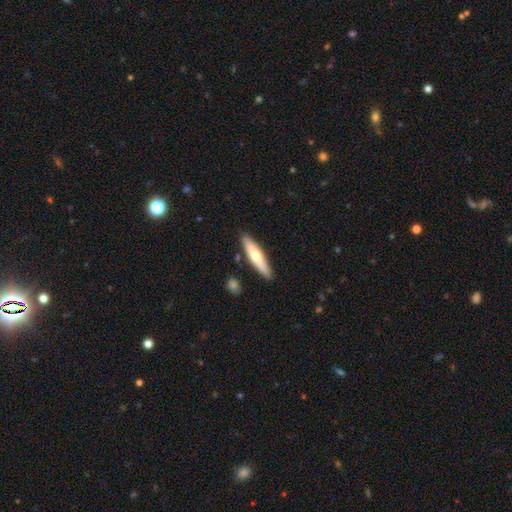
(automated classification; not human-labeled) smooth_or_featured: smooth (p=0.57) [alt: featured or disk p=0.38]
how_rounded: cigar-shaped (p=0.76) [alt: in between p=0.22]
merging: none (p=0.87) [alt: minor disturbance p=0.09]